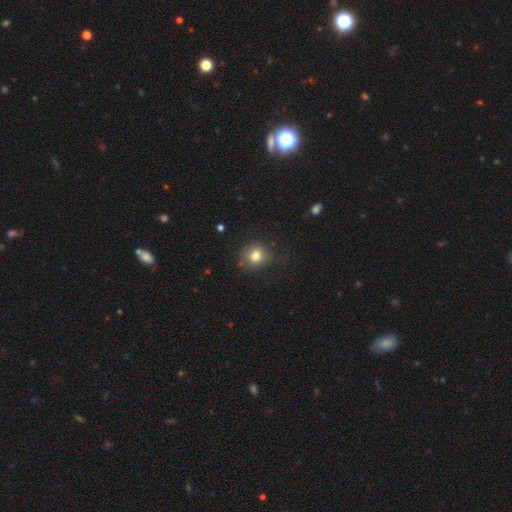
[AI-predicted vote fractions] This is likely a smooth galaxy (80%). How rounded: likely round (78%). Merging: likely none (77%).